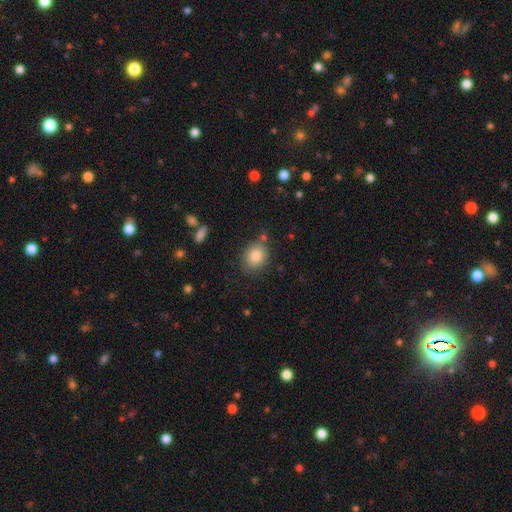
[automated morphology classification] Smooth or featured: smooth — 84% (star or artifact — 9%)
How rounded: in between — 53% (round — 45%)
Merging: none — 75% (minor disturbance — 15%)